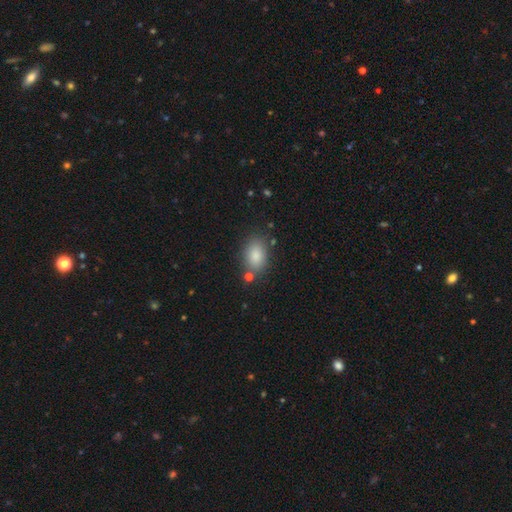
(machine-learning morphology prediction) This appears to be a smooth galaxy with no disk features (85%) that is in between round and cigar-shaped (85%). Merging: none (76%).